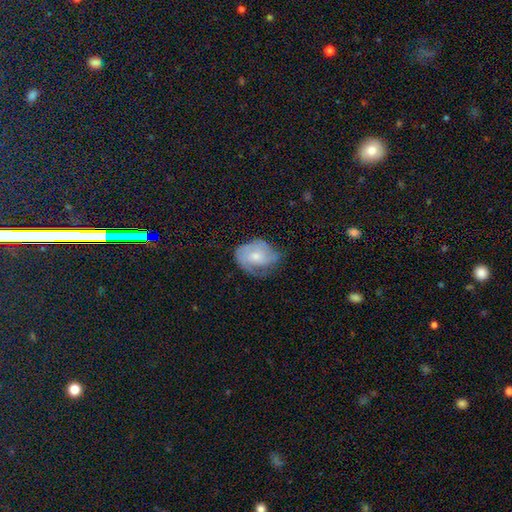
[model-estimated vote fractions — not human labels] featured or disk 60%, smooth 33%, star or artifact 7%. Down the decision tree: edge-on disk — no (97%); bar — no (69%); spiral arms — yes (84%); bulge size — small (51%); merging — none (49%).